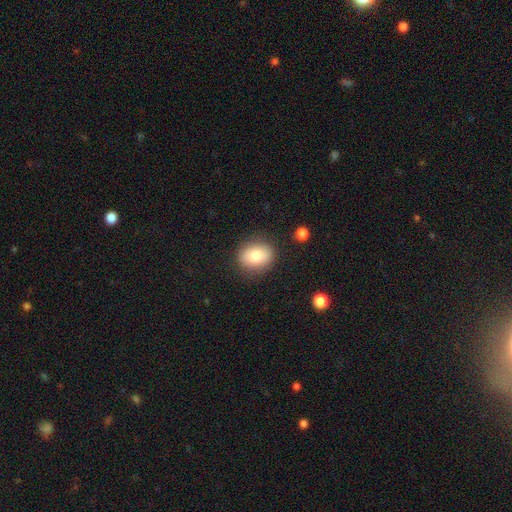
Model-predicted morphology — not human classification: Overall: smooth (79%). How rounded: round (51%; in between 48%). Merging: none (84%).